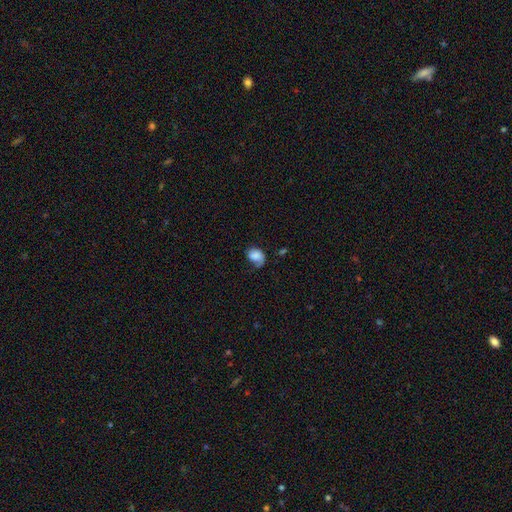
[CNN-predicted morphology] This appears to be a smooth galaxy with no disk features (68%) that is in between round and cigar-shaped (66%). Merging: none (40%).